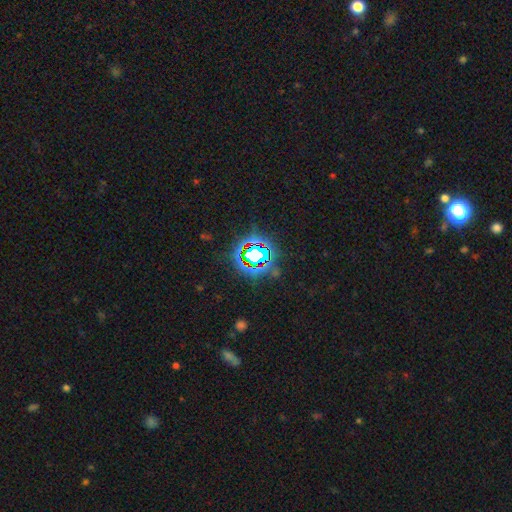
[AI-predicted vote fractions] The model was most divided on "smooth or featured": star or artifact: 74%, smooth: 15%, featured or disk: 12%.